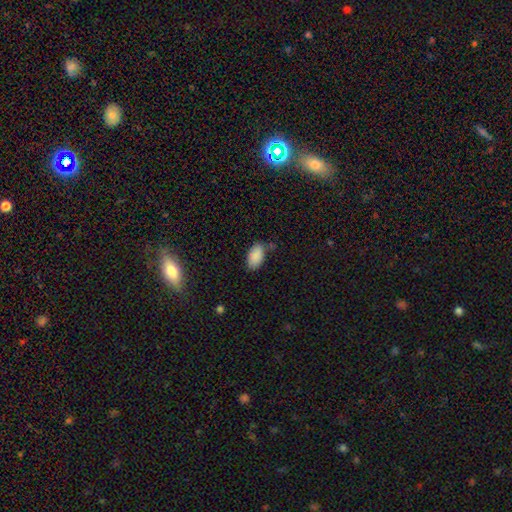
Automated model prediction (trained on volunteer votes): smooth_or_featured: smooth (p=0.88) [alt: star or artifact p=0.08]
how_rounded: in between (p=0.94) [alt: round p=0.04]
merging: none (p=0.69) [alt: minor disturbance p=0.22]